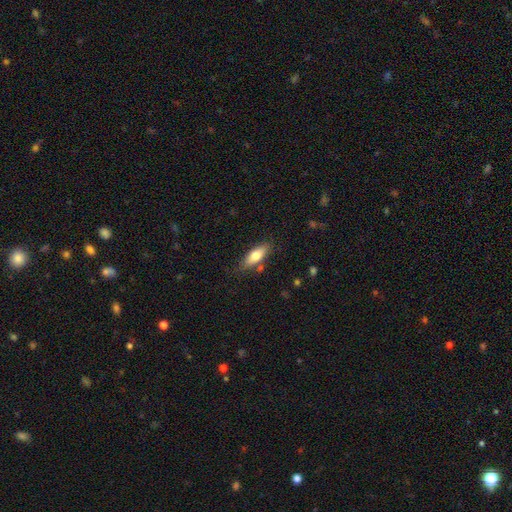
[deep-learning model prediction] smooth-or-featured: smooth: 70% | featured or disk: 24% | star or artifact: 6%
  how-rounded: in between: 65% | cigar-shaped: 33% | round: 3%
  merging: none: 77% | minor disturbance: 16% | merger: 4% | major disturbance: 3%